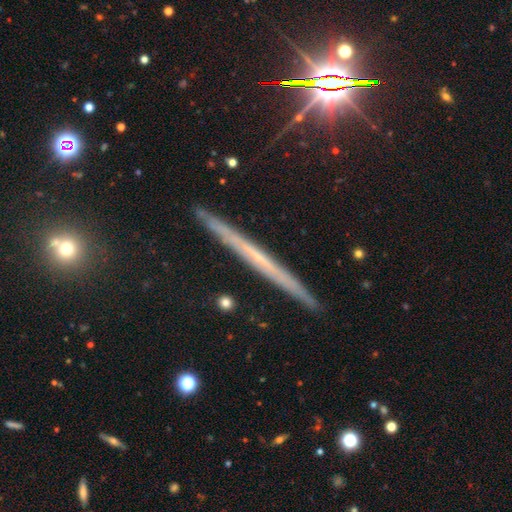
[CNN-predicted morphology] type=featured or disk (63%); edge-on=yes (97%); edge-on bulge=none (81%); merging=none (91%).